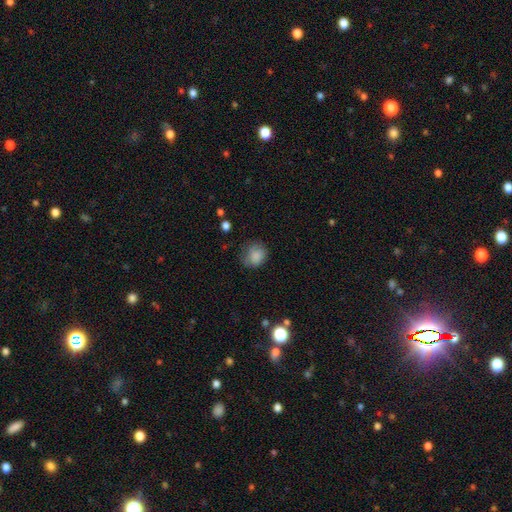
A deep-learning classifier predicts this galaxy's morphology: A smooth galaxy with no disk features (84%) that is round (74%). Merging: none (62%).